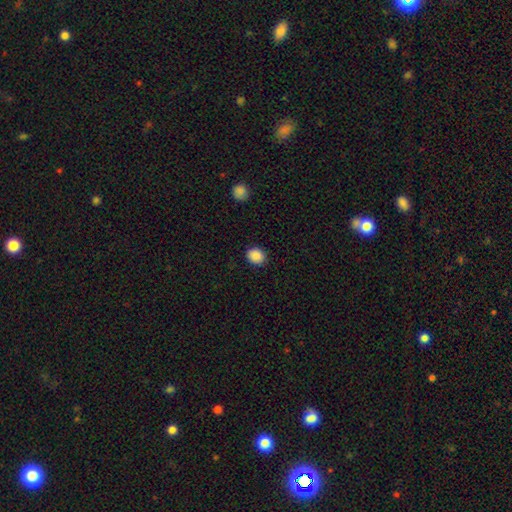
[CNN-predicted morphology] A smooth galaxy with no disk features (89%) that is round (68%).

Vote fractions:
- Smooth or featured? smooth: 89% / star or artifact: 9% / featured or disk: 2%
- How rounded? round: 68% / in between: 32% / cigar-shaped: 1%
- Merging? none: 88% / minor disturbance: 8% / major disturbance: 2% / merger: 1%